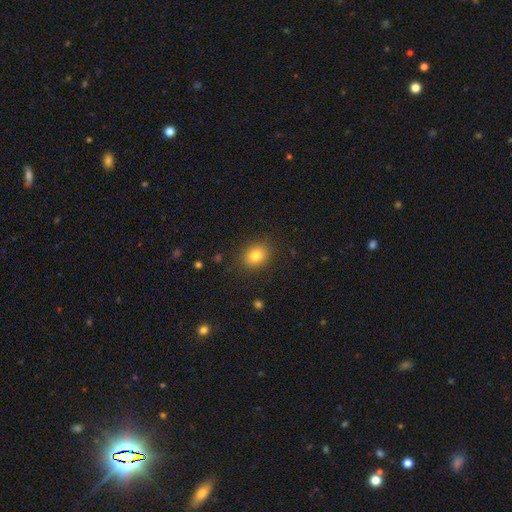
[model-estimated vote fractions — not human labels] The model was most divided on "how rounded": round: 61%, in between: 38%, cigar-shaped: 1%. More confident: merging — none (87%); smooth or featured — smooth (82%).